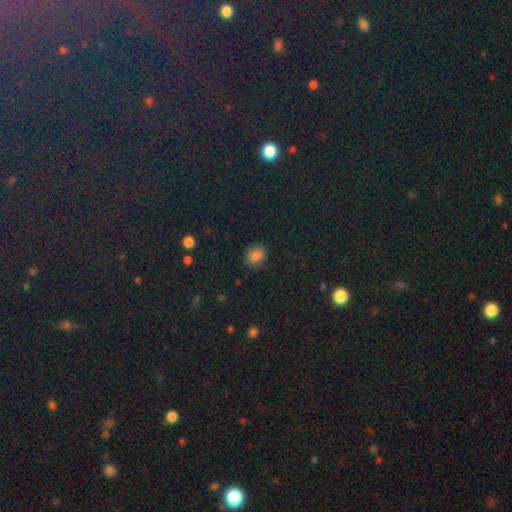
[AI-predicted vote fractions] Smooth or featured? Predicted: smooth (p=0.81). How rounded? Predicted: in between (p=0.52). Merging? Predicted: none (p=0.84).